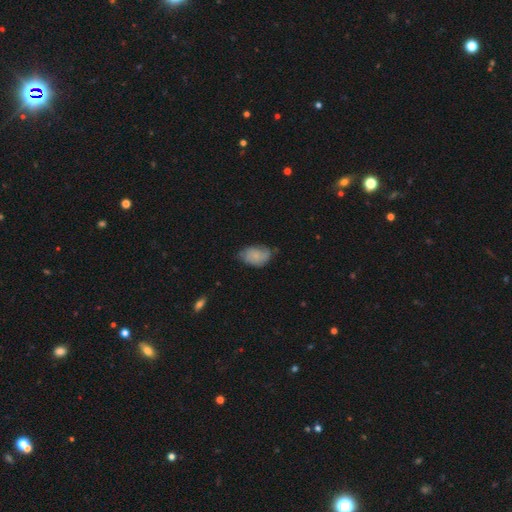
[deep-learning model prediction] This appears to be a smooth galaxy with no disk features (68%) that is in between round and cigar-shaped (87%). Merging: none (56%).